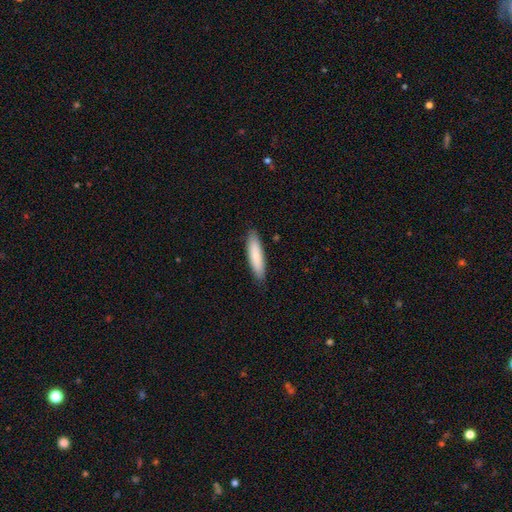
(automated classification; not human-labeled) A smooth galaxy with no disk features (84%) that is cigar-shaped (77%).

Vote fractions:
- Smooth or featured? smooth: 84% / featured or disk: 11% / star or artifact: 5%
- How rounded? cigar-shaped: 77% / in between: 22% / round: 1%
- Merging? none: 88% / minor disturbance: 9% / major disturbance: 2% / merger: 1%